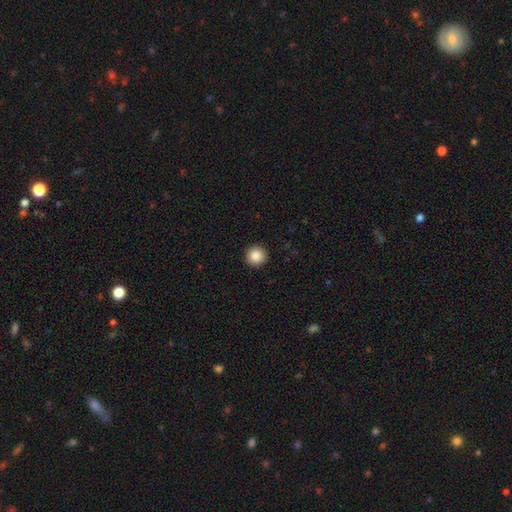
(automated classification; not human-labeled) Smooth or featured?
  - smooth: 88% *
  - star or artifact: 9%
  - featured or disk: 4%
How rounded?
  - round: 95% *
  - in between: 4%
  - cigar-shaped: 1%
Merging?
  - none: 93% *
  - minor disturbance: 5%
  - major disturbance: 2%
  - merger: 1%